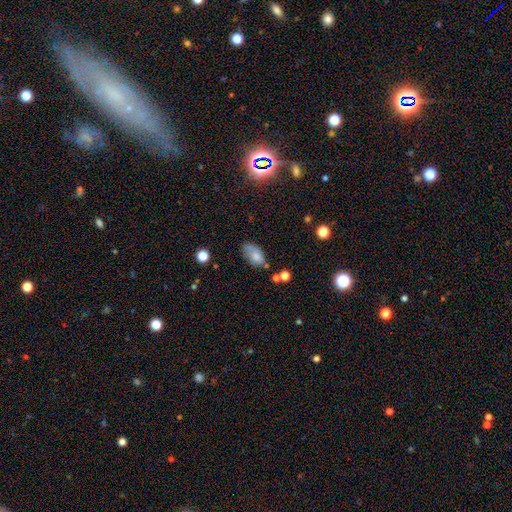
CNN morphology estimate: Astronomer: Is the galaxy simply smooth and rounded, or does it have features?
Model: smooth — 73%.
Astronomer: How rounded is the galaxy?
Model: in between — 91%.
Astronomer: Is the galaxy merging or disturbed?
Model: none — 51% (runner-up: minor disturbance, 29%).